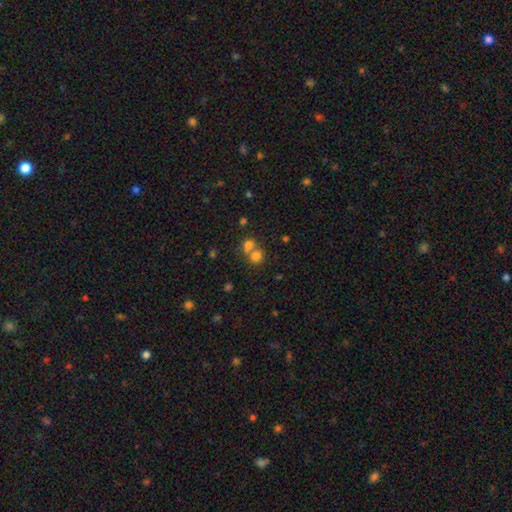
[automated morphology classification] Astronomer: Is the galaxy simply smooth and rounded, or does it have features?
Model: smooth — 73%.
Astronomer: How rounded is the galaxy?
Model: round — 78%.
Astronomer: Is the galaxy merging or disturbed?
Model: merger — 53% (runner-up: none, 38%).